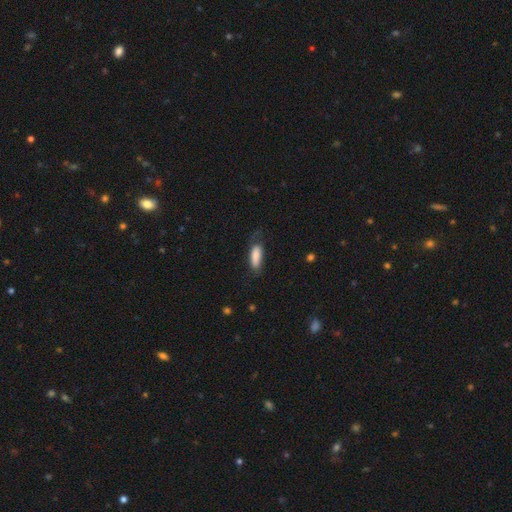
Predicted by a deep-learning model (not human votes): Smooth or featured? Predicted: smooth (p=0.82). How rounded? Predicted: in between (p=0.60). Merging? Predicted: none (p=0.56).